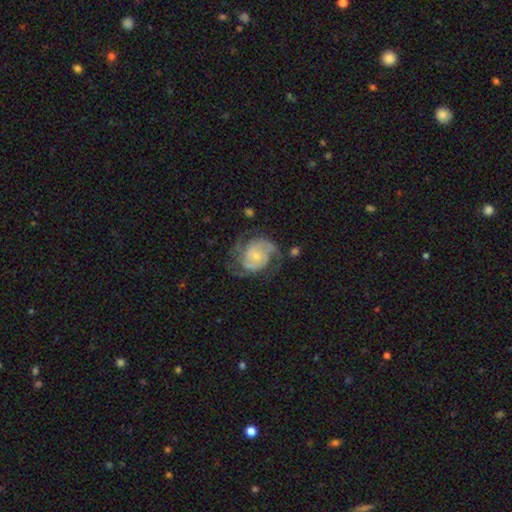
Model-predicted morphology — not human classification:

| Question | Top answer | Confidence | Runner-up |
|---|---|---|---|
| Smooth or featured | featured or disk | 83% | smooth (12%) |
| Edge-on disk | no | 98% | yes (2%) |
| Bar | no | 66% | weak (29%) |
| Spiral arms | yes | 94% | no (6%) |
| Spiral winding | medium | 44% | tight (40%) |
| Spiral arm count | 2 | 60% | can't tell (15%) |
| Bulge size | small | 64% | moderate (30%) |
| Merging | none | 61% | minor disturbance (21%) |